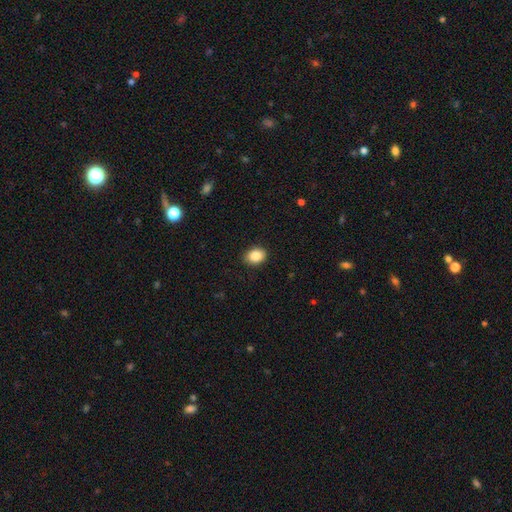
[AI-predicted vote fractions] Smooth or featured? smooth (88%)
How rounded? in between (65%)
Merging? none (88%)